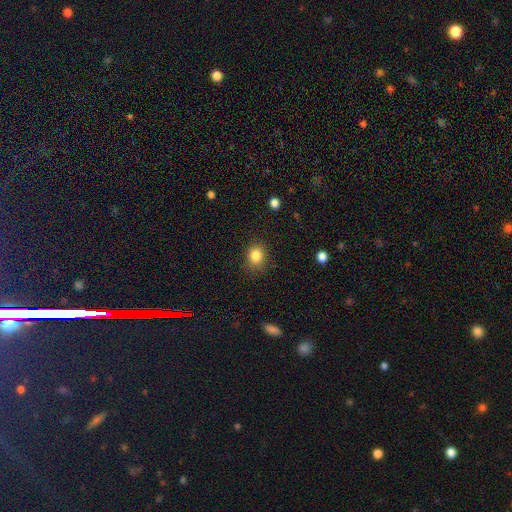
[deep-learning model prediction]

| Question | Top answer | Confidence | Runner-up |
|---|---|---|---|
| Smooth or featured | smooth | 84% | star or artifact (11%) |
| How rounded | round | 61% | in between (38%) |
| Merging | none | 80% | minor disturbance (15%) |